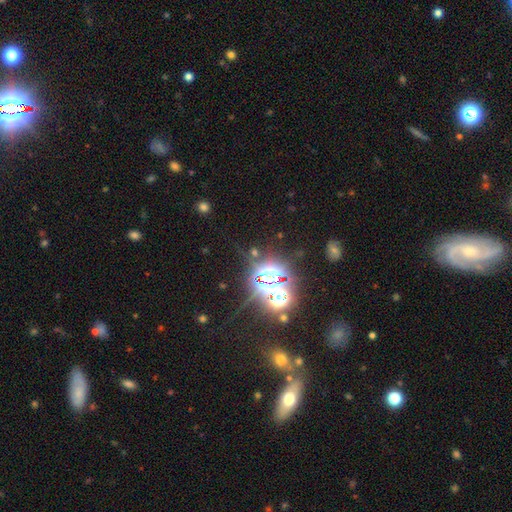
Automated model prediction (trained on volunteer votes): This is likely a star or artifact rather than a galaxy (77%).